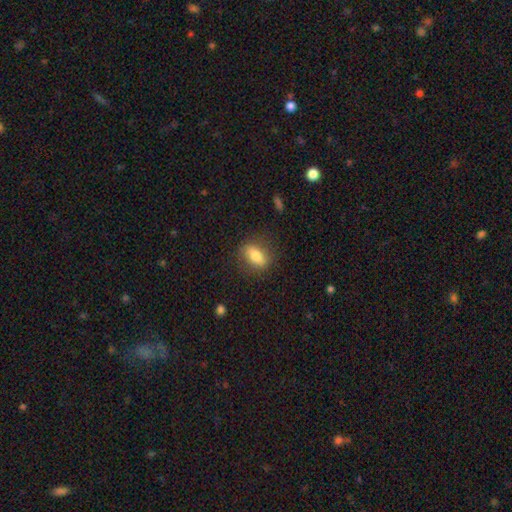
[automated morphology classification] Overall: smooth (71%). How rounded: in between (75%). Merging: none (80%).